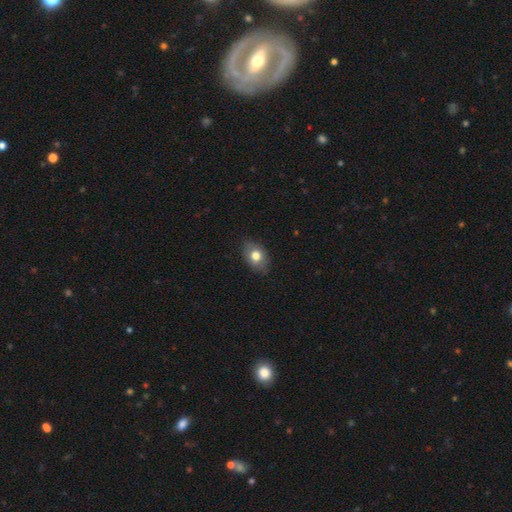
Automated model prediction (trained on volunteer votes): Smooth or featured?
  - smooth: 74% *
  - featured or disk: 18%
  - star or artifact: 8%
How rounded?
  - in between: 77% *
  - round: 22%
  - cigar-shaped: 1%
Merging?
  - none: 81% *
  - minor disturbance: 15%
  - major disturbance: 3%
  - merger: 1%